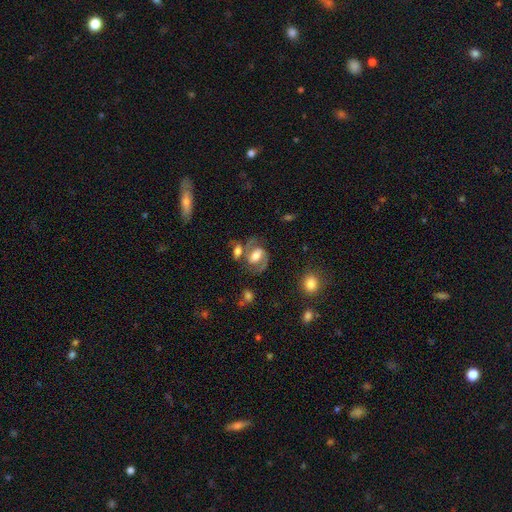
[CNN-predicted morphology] Smooth or featured: featured or disk — 71% (smooth — 22%)
Edge-on disk: no — 96% (yes — 4%)
Bar: weak — 40% (no — 31%)
Spiral arms: yes — 88% (no — 12%)
Spiral winding: medium — 56% (tight — 24%)
Spiral arm count: 2 — 88% (can't tell — 6%)
Bulge size: moderate — 52% (large — 27%)
Merging: none — 54% (merger — 20%)